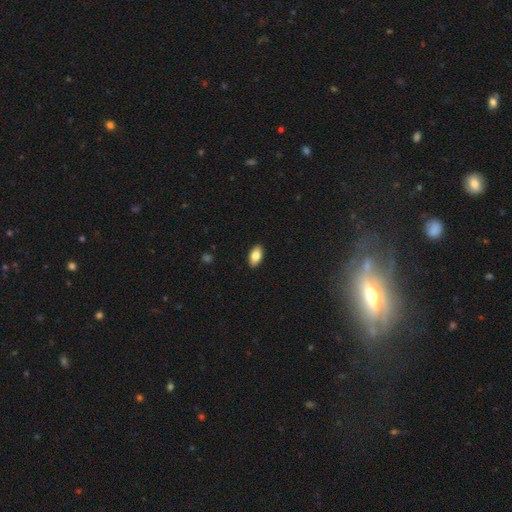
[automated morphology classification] type=smooth (82%); roundness=in between (93%); merging=none (90%).